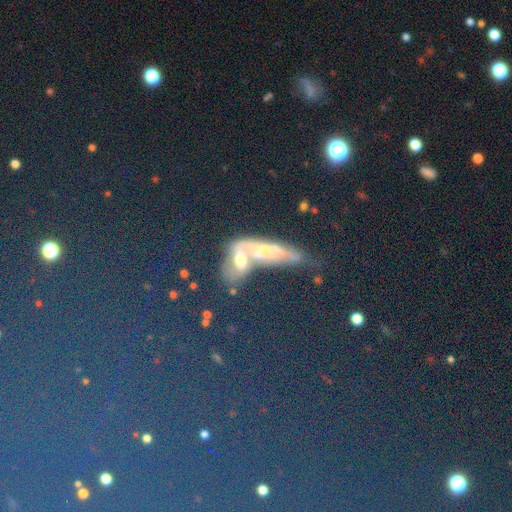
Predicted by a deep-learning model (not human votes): Smooth or featured?
  - star or artifact: 39% * (tied)
  - smooth: 39% * (tied)
  - featured or disk: 22%